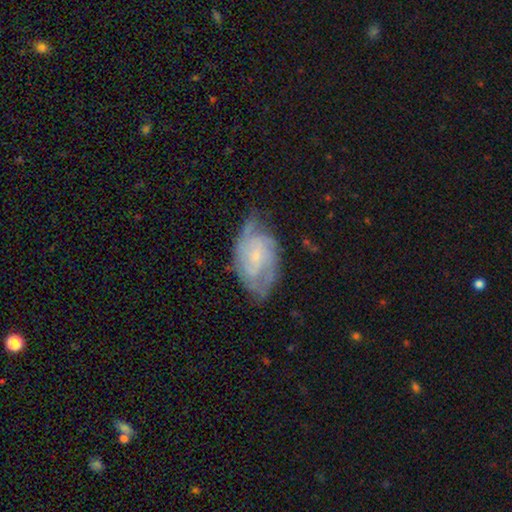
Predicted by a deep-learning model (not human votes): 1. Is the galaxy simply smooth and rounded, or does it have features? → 79% featured or disk, 15% smooth, 6% star or artifact.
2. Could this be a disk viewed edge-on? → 97% no, 3% yes.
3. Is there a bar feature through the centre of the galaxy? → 55% no, 38% weak, 7% strong.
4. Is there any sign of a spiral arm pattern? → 92% yes, 8% no.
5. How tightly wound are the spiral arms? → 45% tight, 42% medium, 13% loose.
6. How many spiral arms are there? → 47% 2, 27% can't tell, 14% 3, 5% 4, 4% 1, 3% more than 4.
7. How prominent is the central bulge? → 72% small, 19% moderate, 7% none, 1% large, 1% dominant.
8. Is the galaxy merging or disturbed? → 61% none, 27% minor disturbance, 11% major disturbance, 2% merger.